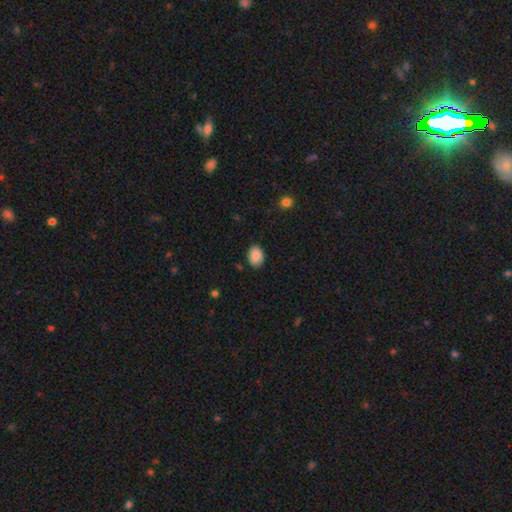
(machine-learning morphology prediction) Q: Smooth or featured?
A: smooth (89%); runner-up: star or artifact (7%)
Q: How rounded?
A: in between (72%); runner-up: round (28%)
Q: Merging?
A: none (86%); runner-up: minor disturbance (11%)